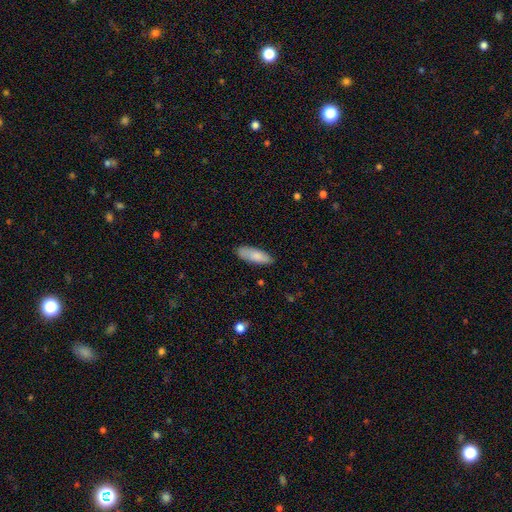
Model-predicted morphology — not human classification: Smooth or featured? Predicted: smooth (p=0.85). How rounded? Predicted: in between (p=0.65). Merging? Predicted: none (p=0.82).